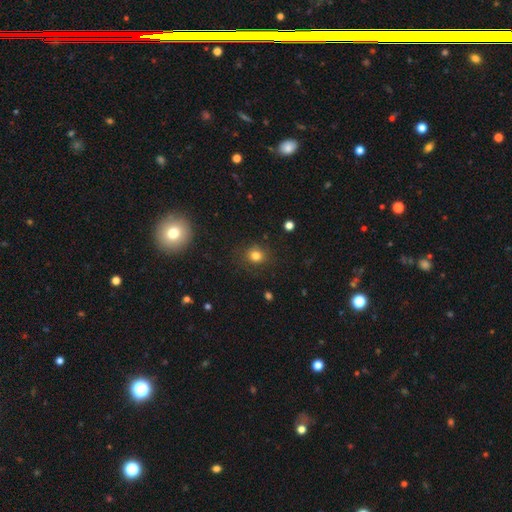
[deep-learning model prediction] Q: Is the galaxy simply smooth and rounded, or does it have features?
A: smooth — 79%.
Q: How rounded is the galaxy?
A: round — 80%.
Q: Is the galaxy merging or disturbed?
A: none — 82%.